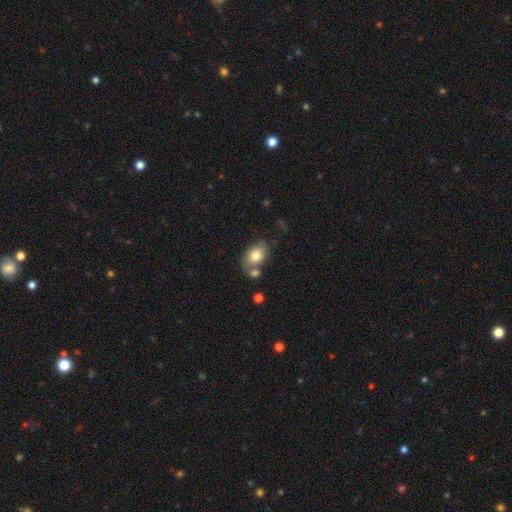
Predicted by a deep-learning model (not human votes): Smooth or featured: smooth — 78% (featured or disk — 15%)
How rounded: in between — 78% (round — 21%)
Merging: none — 49% (merger — 26%)